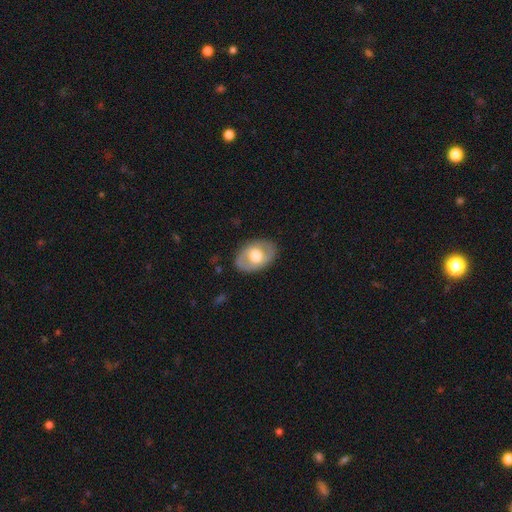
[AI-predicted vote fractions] Morphology: type=smooth (50%); roundness=in between (82%); merging=none (84%).